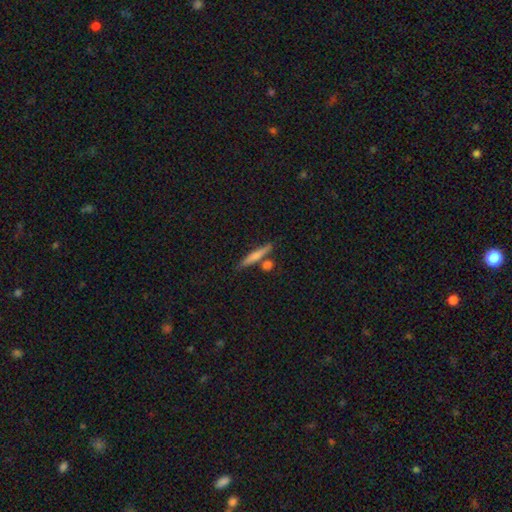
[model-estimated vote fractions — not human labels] smooth 65%, featured or disk 28%, star or artifact 7%. Down the decision tree: how rounded — cigar-shaped (88%); merging — none (73%).